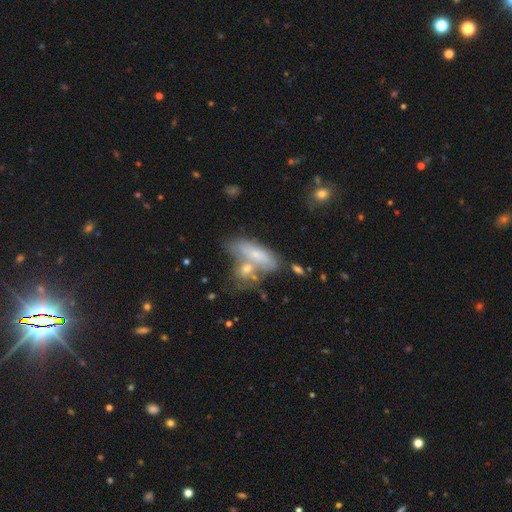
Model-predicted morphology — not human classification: A smooth galaxy with no disk features (57%) that is in between round and cigar-shaped (61%).

Vote fractions:
- Smooth or featured? smooth: 57% / featured or disk: 35% / star or artifact: 8%
- How rounded? in between: 61% / cigar-shaped: 34% / round: 5%
- Merging? merger: 43% / none: 36% / minor disturbance: 14% / major disturbance: 6%